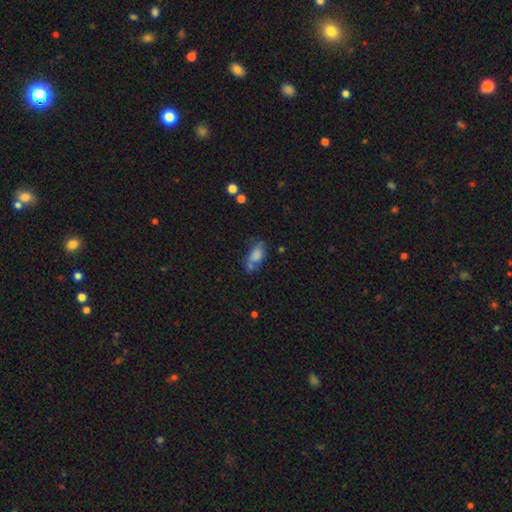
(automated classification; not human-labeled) Morphology: type=smooth (71%); roundness=in between (87%); merging=none (46%).